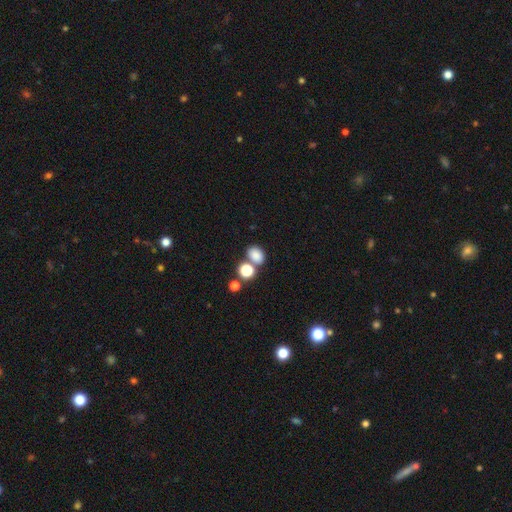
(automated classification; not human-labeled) smooth_or_featured: smooth (p=0.81) [alt: star or artifact p=0.13]
how_rounded: in between (p=0.61) [alt: round p=0.38]
merging: none (p=0.59) [alt: merger p=0.26]